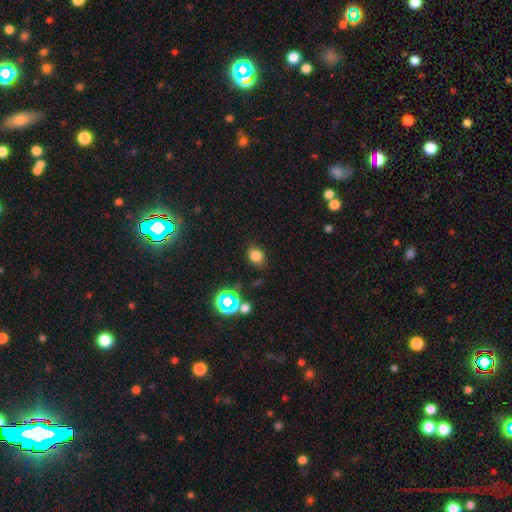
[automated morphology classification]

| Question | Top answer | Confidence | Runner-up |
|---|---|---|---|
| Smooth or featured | smooth | 77% | star or artifact (16%) |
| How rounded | in between | 56% | round (43%) |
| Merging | none | 79% | minor disturbance (15%) |